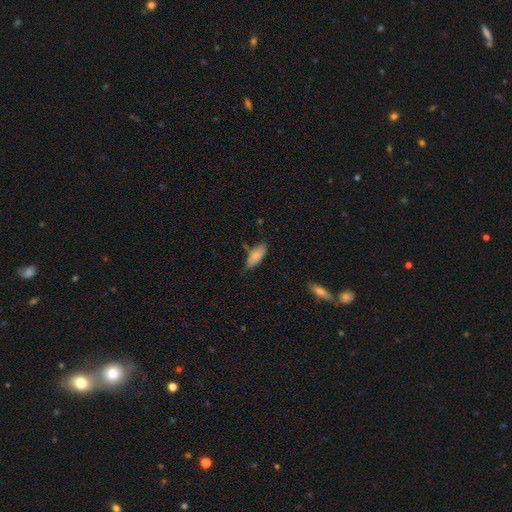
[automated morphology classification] This is clearly a smooth galaxy (81%). How rounded: clearly in between (82%). Merging: likely none (68%).